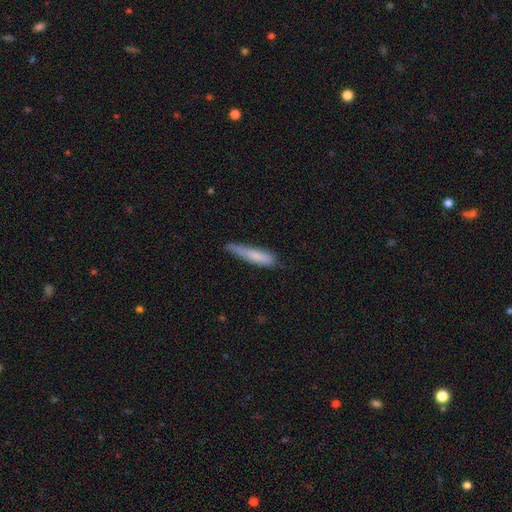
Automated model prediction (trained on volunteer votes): This appears to be a smooth galaxy with no disk features (76%) that is cigar-shaped (87%). Merging: none (59%).